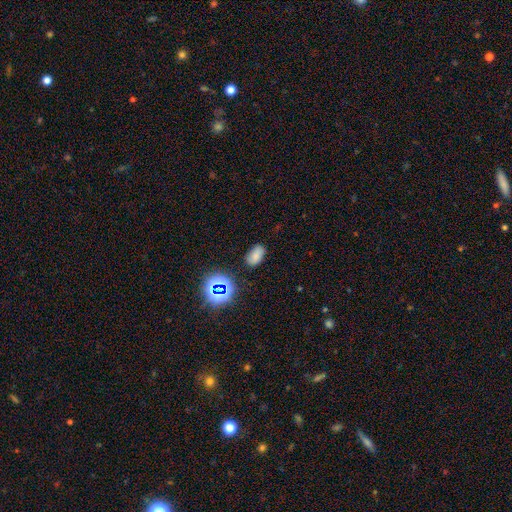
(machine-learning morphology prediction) A smooth galaxy with no disk features (72%) that is in between round and cigar-shaped (90%). Merging: none (79%).